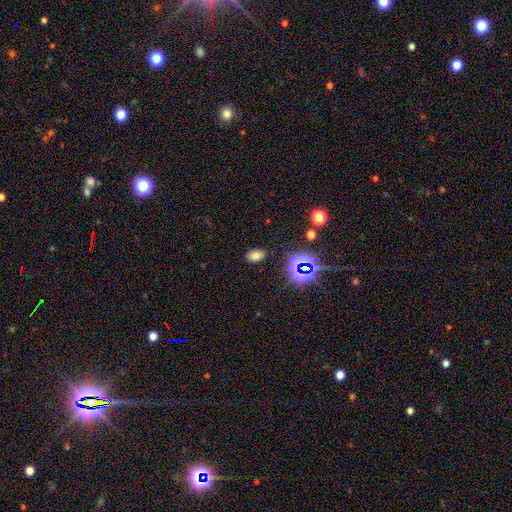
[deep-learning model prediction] smooth-or-featured: smooth: 67% | star or artifact: 25% | featured or disk: 8%
  how-rounded: in between: 88% | round: 10% | cigar-shaped: 2%
  merging: none: 87% | minor disturbance: 9% | major disturbance: 3% | merger: 2%